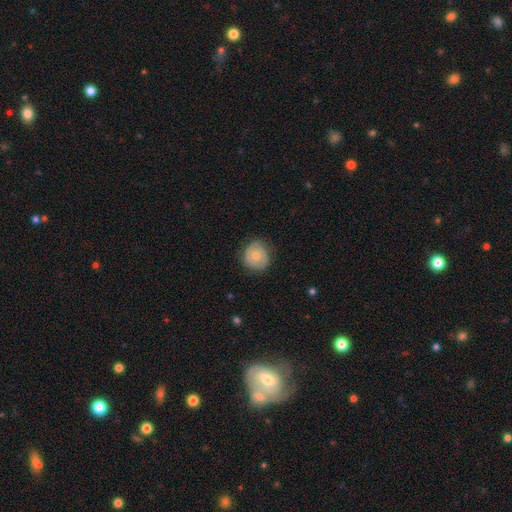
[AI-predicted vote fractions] Q: Smooth or featured?
A: featured or disk (47%); runner-up: smooth (46%)
Q: Merging?
A: none (75%); runner-up: minor disturbance (19%)